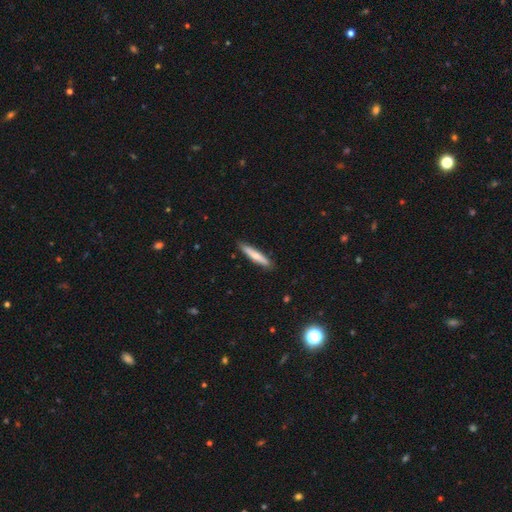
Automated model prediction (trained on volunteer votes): A smooth galaxy with no disk features (61%) that is cigar-shaped (89%). Merging: none (88%).